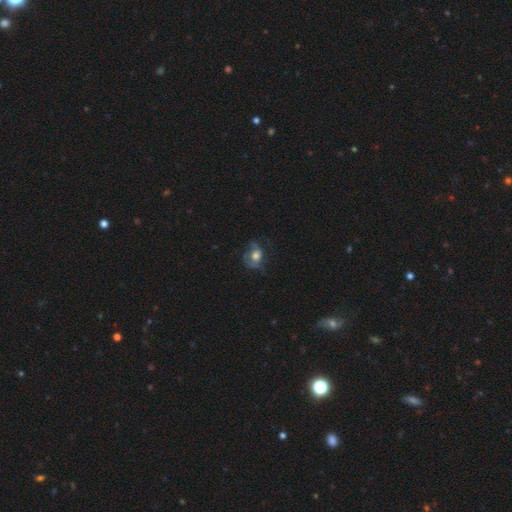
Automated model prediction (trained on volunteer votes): Smooth or featured?
  - smooth: 50% *
  - featured or disk: 40%
  - star or artifact: 10%
Merging?
  - none: 43% *
  - major disturbance: 29%
  - minor disturbance: 26%
  - merger: 2%